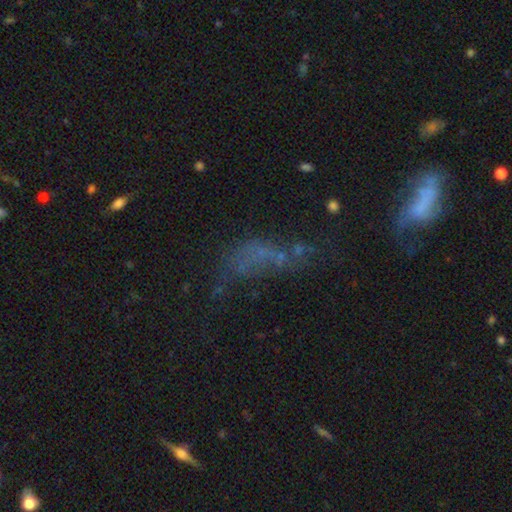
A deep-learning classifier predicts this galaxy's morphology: smooth_or_featured: smooth (p=0.37) [alt: featured or disk p=0.33]
merging: major disturbance (p=0.35) [alt: none p=0.31]